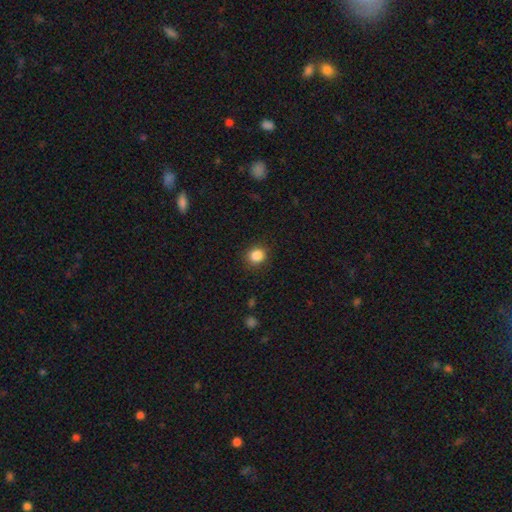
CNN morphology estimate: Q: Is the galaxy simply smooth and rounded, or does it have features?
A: smooth — 86%.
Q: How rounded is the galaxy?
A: round — 80%.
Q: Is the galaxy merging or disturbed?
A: none — 88%.